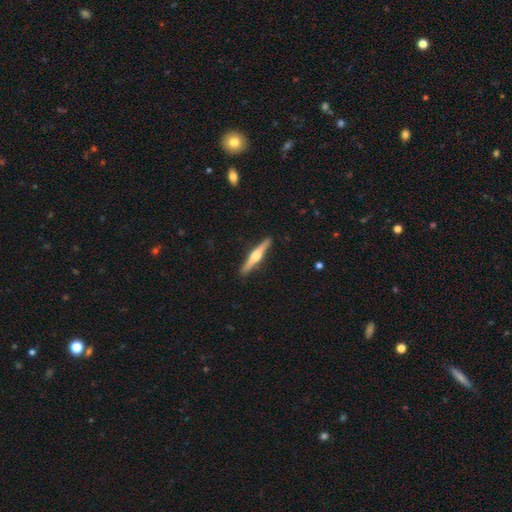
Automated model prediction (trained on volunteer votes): smooth-or-featured: featured or disk: 67% | smooth: 28% | star or artifact: 5%
  disk-edge-on: yes: 98% | no: 2%
    edge-on-bulge: rounded: 88% | boxy: 8% | none: 4%
  merging: none: 91% | minor disturbance: 6% | major disturbance: 1% | merger: 1%